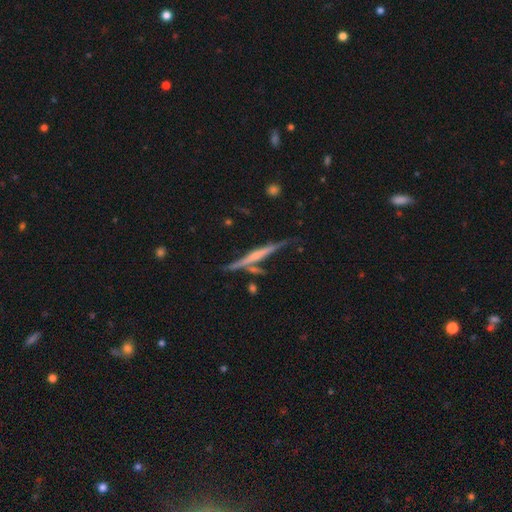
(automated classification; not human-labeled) Morphology: type=featured or disk (67%); edge-on=yes (96%); edge-on bulge=none (50%); merging=none (69%).